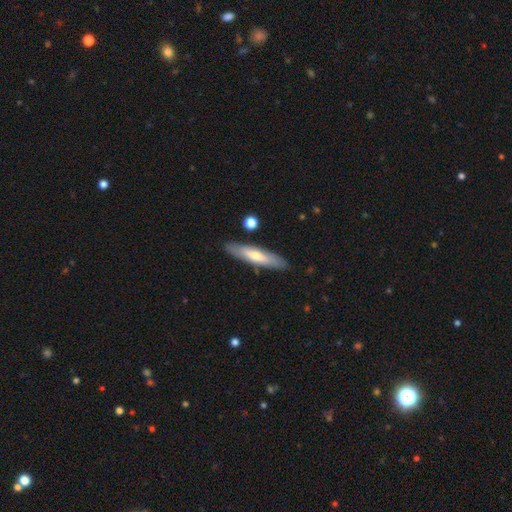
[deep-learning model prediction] Q: Smooth or featured?
A: smooth (52%); runner-up: featured or disk (42%)
Q: How rounded?
A: cigar-shaped (80%); runner-up: in between (19%)
Q: Merging?
A: none (86%); runner-up: minor disturbance (9%)